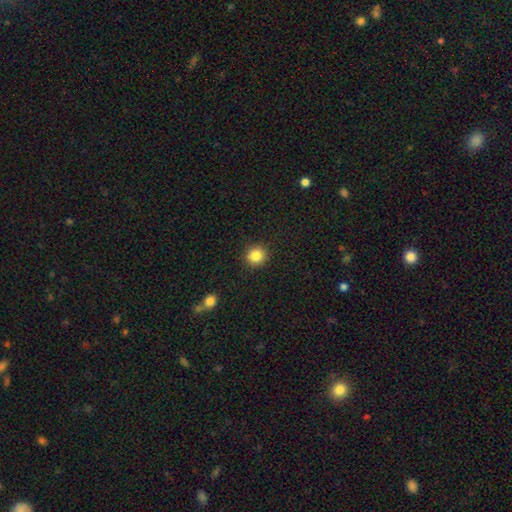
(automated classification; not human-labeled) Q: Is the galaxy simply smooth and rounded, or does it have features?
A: smooth — 85%.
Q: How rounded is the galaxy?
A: round — 92%.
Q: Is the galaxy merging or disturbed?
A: none — 91%.